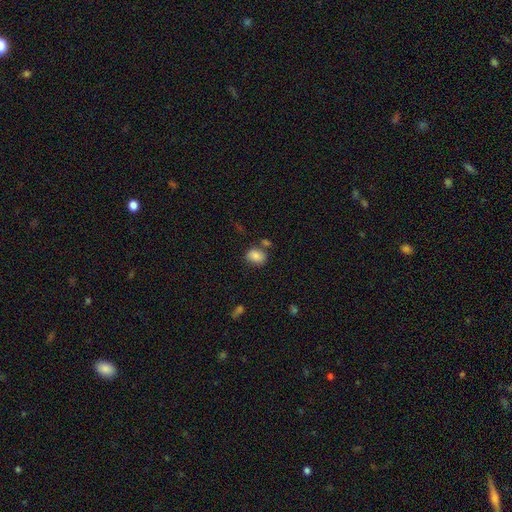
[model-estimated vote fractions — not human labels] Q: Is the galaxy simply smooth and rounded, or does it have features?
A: smooth — 84%.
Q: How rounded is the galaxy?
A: in between — 66%.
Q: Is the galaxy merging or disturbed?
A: none — 68%.